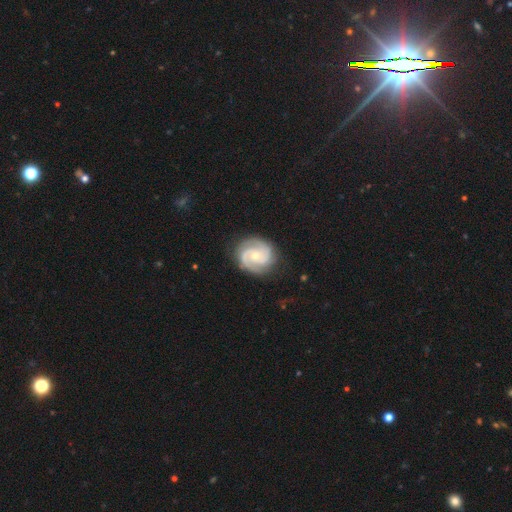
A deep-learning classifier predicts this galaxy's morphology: This appears to be a featured or disk galaxy (88%) with no bar (66%), 2 (74%) tight (53%) spiral arms (98%) and a small central bulge (55%). Merging: none (83%).